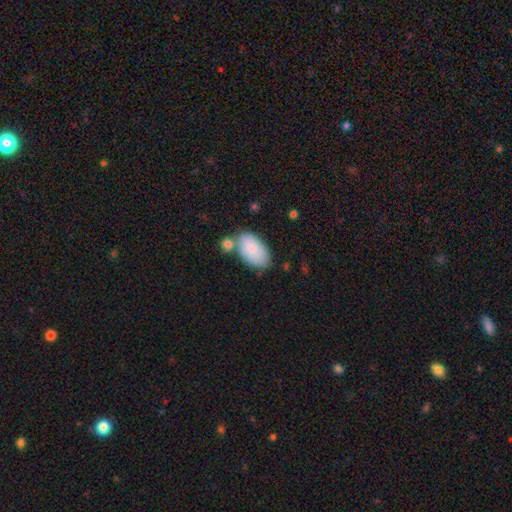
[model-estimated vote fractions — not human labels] smooth_or_featured: smooth (p=0.80) [alt: featured or disk p=0.14]
how_rounded: in between (p=0.95) [alt: round p=0.04]
merging: none (p=0.56) [alt: merger p=0.20]